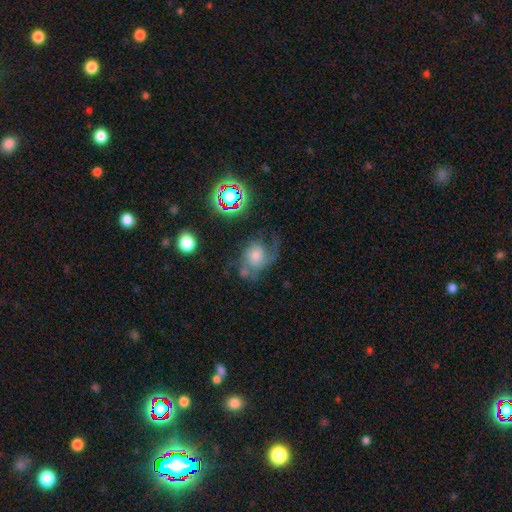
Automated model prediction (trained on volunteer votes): Smooth or featured? featured or disk (58%)
Edge-on disk? no (96%)
Bar? no (77%)
Spiral arms? yes (85%)
Bulge size? moderate (45%)
Merging? none (39%)